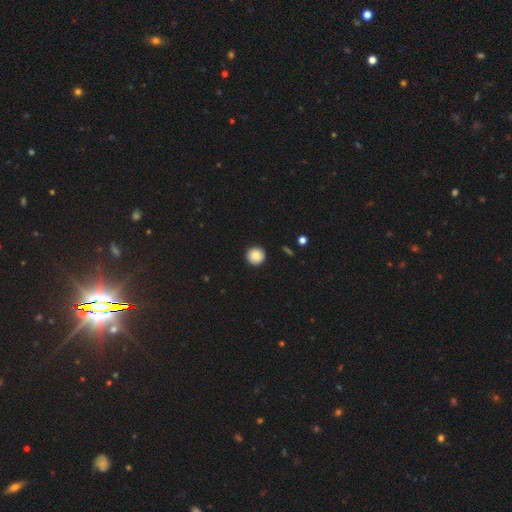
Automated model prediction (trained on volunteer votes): Smooth or featured: smooth — 85% (star or artifact — 9%)
How rounded: round — 95% (in between — 4%)
Merging: none — 92% (minor disturbance — 5%)